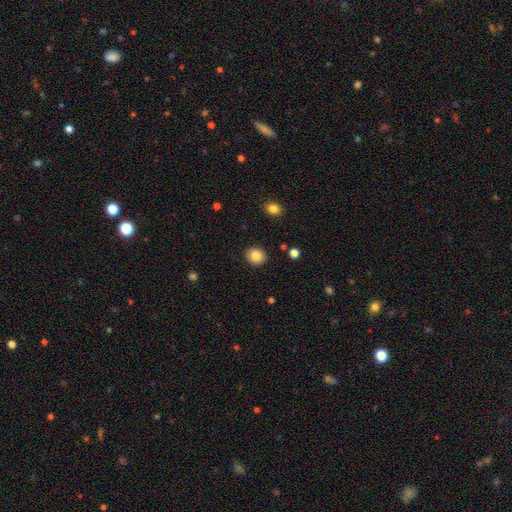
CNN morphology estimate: Smooth or featured?
  - smooth: 86% *
  - star or artifact: 9%
  - featured or disk: 5%
How rounded?
  - round: 78% *
  - in between: 21%
  - cigar-shaped: 1%
Merging?
  - none: 91% *
  - minor disturbance: 6%
  - major disturbance: 2%
  - merger: 1%